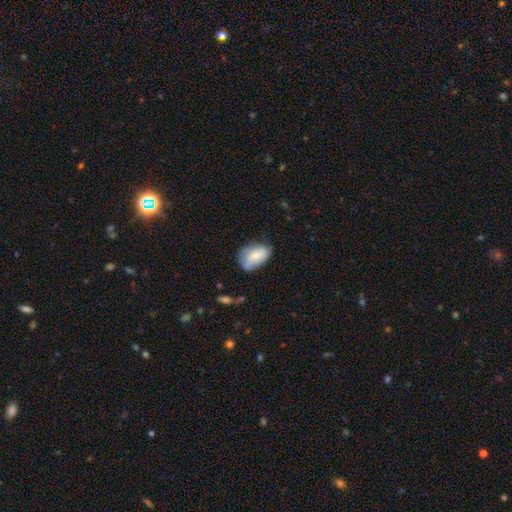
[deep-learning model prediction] Smooth or featured: smooth — 64% (featured or disk — 29%)
How rounded: in between — 87% (round — 12%)
Merging: none — 52% (minor disturbance — 32%)